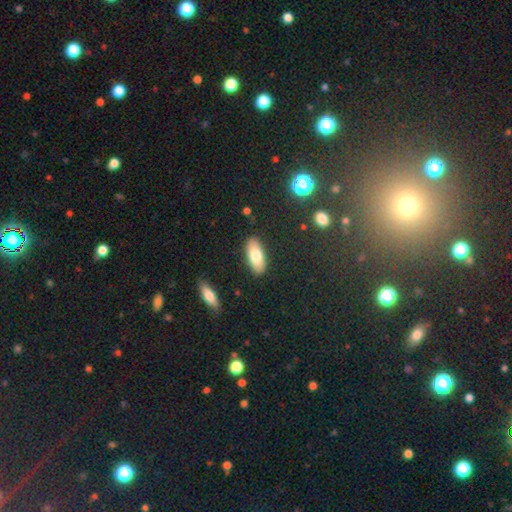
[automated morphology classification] Q: Smooth or featured?
A: smooth (78%); runner-up: featured or disk (15%)
Q: How rounded?
A: in between (81%); runner-up: cigar-shaped (16%)
Q: Merging?
A: none (87%); runner-up: minor disturbance (9%)